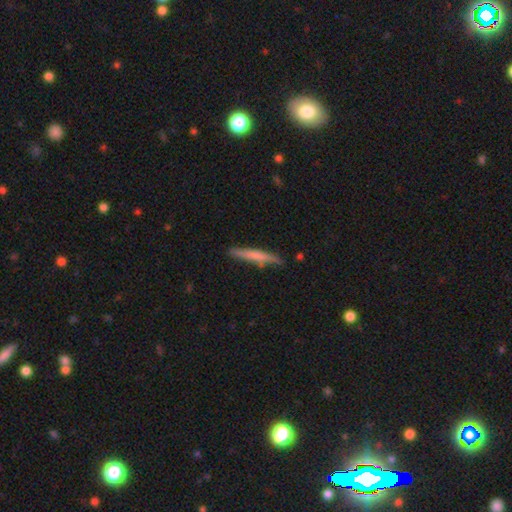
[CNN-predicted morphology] smooth-or-featured: smooth: 59% | featured or disk: 35% | star or artifact: 6%
  how-rounded: cigar-shaped: 95% | in between: 4% | round: 1%
  merging: none: 81% | minor disturbance: 14% | merger: 3% | major disturbance: 3%